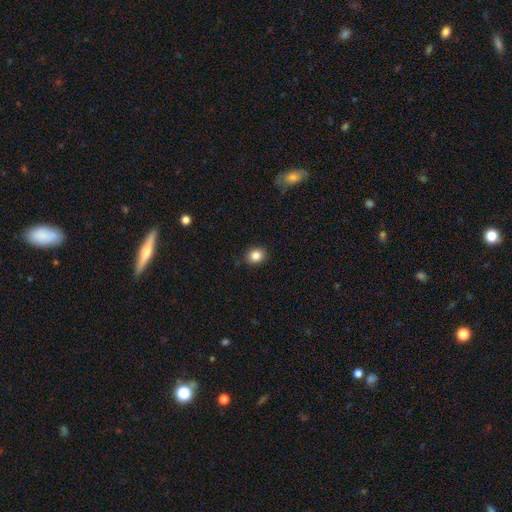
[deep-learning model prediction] A smooth galaxy with no disk features (85%) that is round (59%). Merging: none (89%).